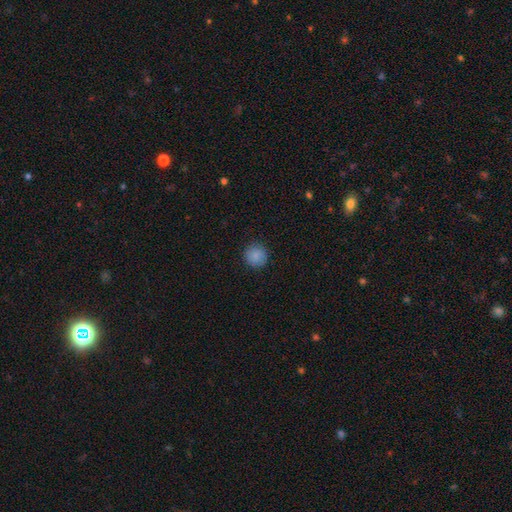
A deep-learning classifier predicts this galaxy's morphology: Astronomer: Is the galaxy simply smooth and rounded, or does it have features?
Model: smooth — 88%.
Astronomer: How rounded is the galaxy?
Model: round — 94%.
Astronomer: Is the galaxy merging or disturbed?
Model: none — 91%.